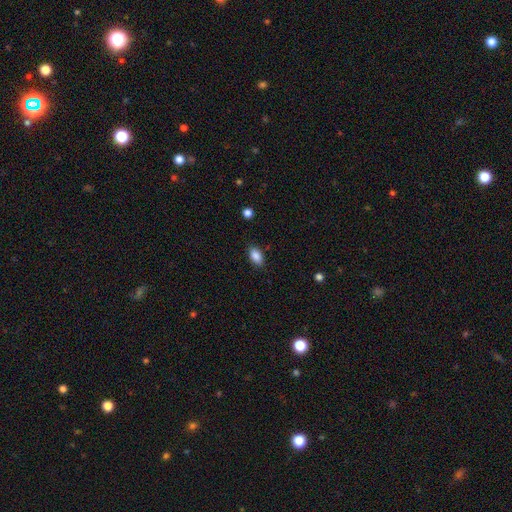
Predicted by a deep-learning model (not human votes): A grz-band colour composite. It shows a smooth galaxy with no disk features (87%) that is in between round and cigar-shaped (91%). Merging: none (86%).